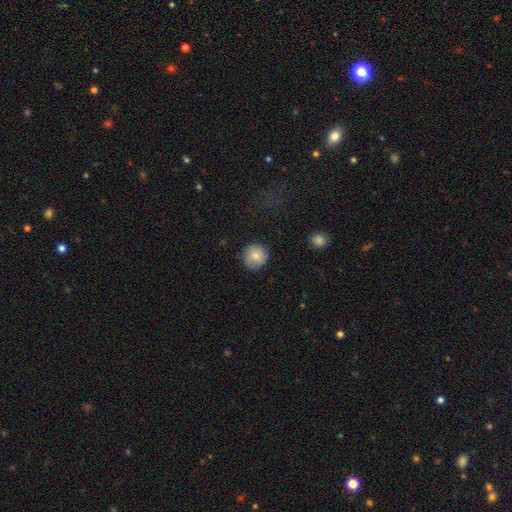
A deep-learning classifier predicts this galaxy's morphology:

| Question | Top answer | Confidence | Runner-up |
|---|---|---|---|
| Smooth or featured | smooth | 76% | featured or disk (16%) |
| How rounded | round | 91% | in between (8%) |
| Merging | none | 81% | minor disturbance (14%) |